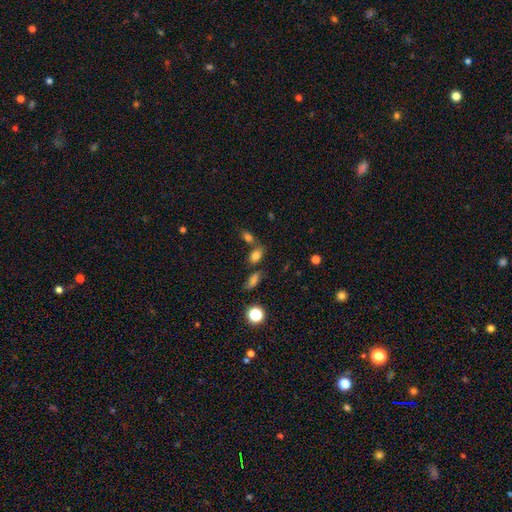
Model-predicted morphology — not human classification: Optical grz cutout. It shows a smooth galaxy with no disk features (78%) that is in between round and cigar-shaped (80%). Merging: none (60%).